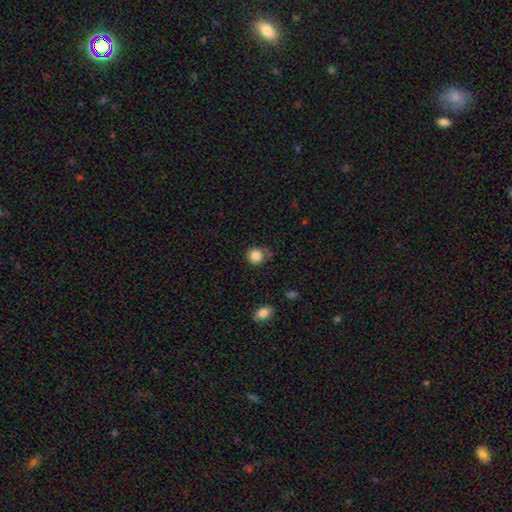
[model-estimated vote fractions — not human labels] This appears to be a smooth galaxy with no disk features (84%) that is round (87%). Merging: none (69%).